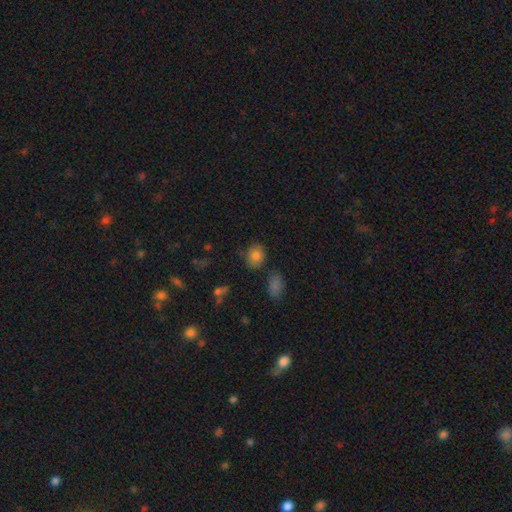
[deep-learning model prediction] The model was most divided on "how rounded": round: 61%, in between: 38%, cigar-shaped: 1%. More confident: smooth or featured — smooth (83%); merging — none (78%).